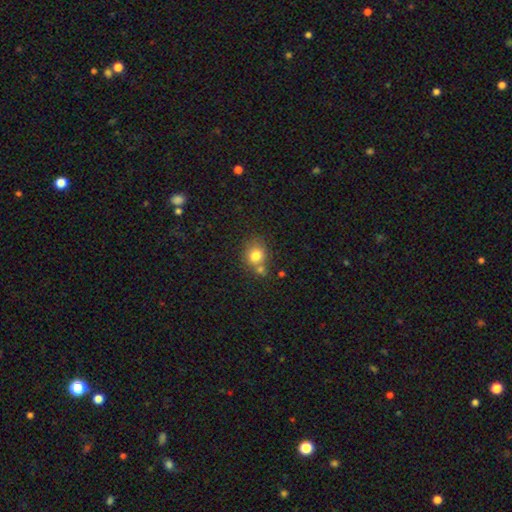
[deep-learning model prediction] Smooth or featured? smooth (79%)
How rounded? round (73%)
Merging? none (53%)